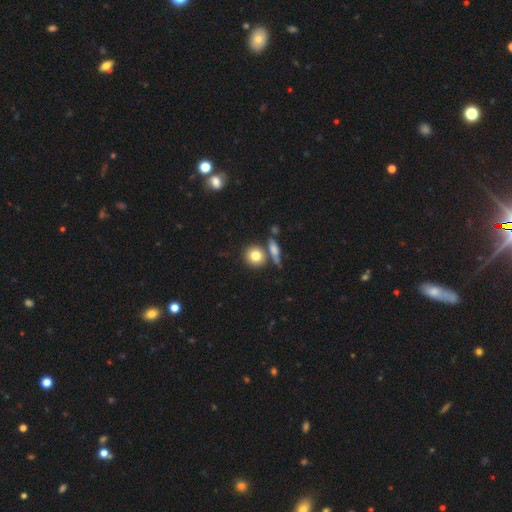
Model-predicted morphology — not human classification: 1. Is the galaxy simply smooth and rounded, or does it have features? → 79% smooth, 11% featured or disk, 9% star or artifact.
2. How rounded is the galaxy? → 83% round, 15% in between, 2% cigar-shaped.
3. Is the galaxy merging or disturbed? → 67% none, 20% merger, 10% minor disturbance, 4% major disturbance.